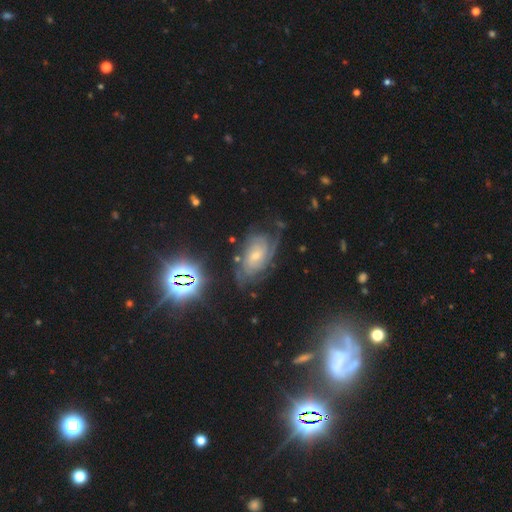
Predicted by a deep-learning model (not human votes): smooth-or-featured: featured or disk: 80% | star or artifact: 10% | smooth: 10%
  disk-edge-on: no: 96% | yes: 4%
    bar: no: 59% | weak: 34% | strong: 7%
    has-spiral-arms: yes: 96% | no: 4%
      spiral-winding: tight: 66% | medium: 27% | loose: 7%
      spiral-arm-count: can't tell: 39% | 2: 24% | 3: 17% | 4: 9% | more than 4: 6% | 1: 6%
    bulge-size: small: 61% | moderate: 34% | none: 2% | large: 2% | dominant: 1%
  merging: none: 64% | minor disturbance: 22% | major disturbance: 11% | merger: 3%